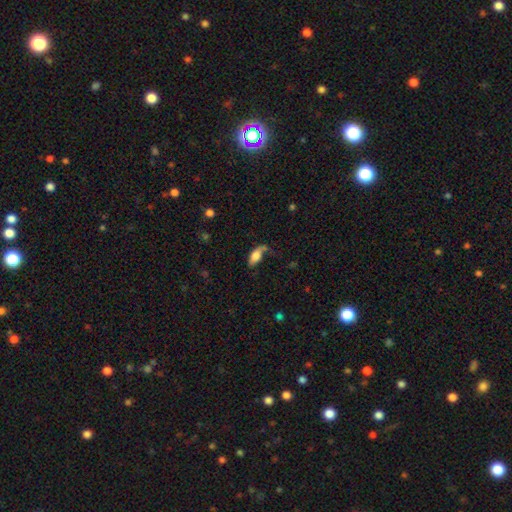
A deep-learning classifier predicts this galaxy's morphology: This is likely a smooth galaxy (72%). How rounded: clearly in between (84%). Merging: marginally none (43%).